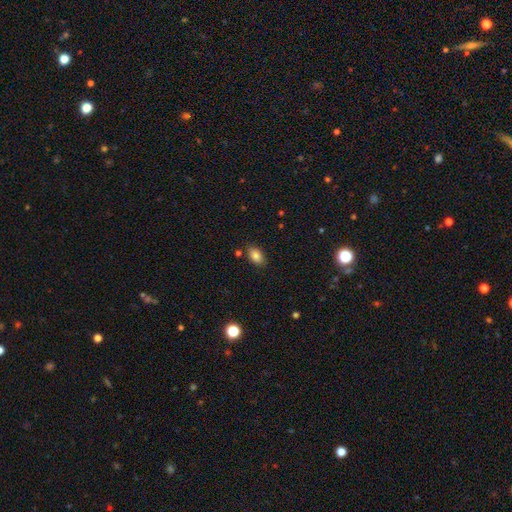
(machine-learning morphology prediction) A smooth galaxy with no disk features (84%) that is in between round and cigar-shaped (89%).

Vote fractions:
- Smooth or featured? smooth: 84% / star or artifact: 9% / featured or disk: 7%
- How rounded? in between: 89% / round: 10% / cigar-shaped: 2%
- Merging? none: 82% / minor disturbance: 12% / merger: 3% / major disturbance: 3%